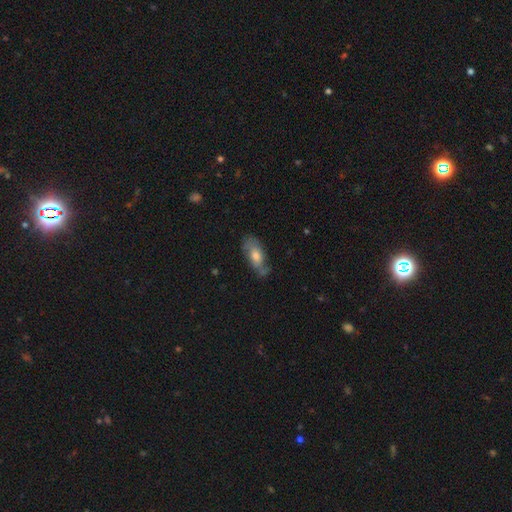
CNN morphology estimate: smooth_or_featured: smooth (p=0.49) [alt: featured or disk p=0.43]
merging: none (p=0.62) [alt: minor disturbance p=0.26]